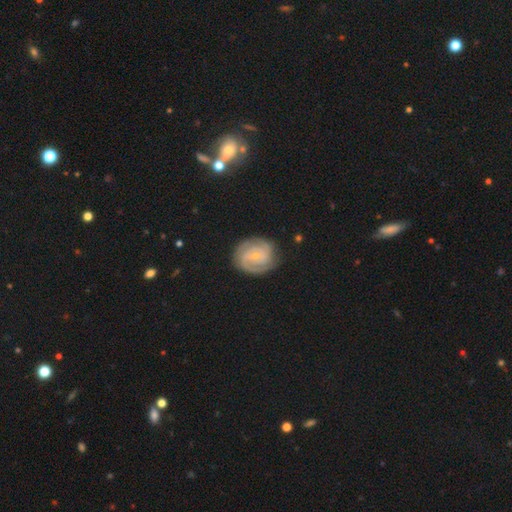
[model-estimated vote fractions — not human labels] featured or disk 82%, smooth 13%, star or artifact 5%. Down the decision tree: edge-on disk — no (98%); bar — no (49%); spiral arms — yes (95%); spiral arm count — 2 (60%); spiral winding — tight (60%); bulge size — small (80%); merging — none (81%).